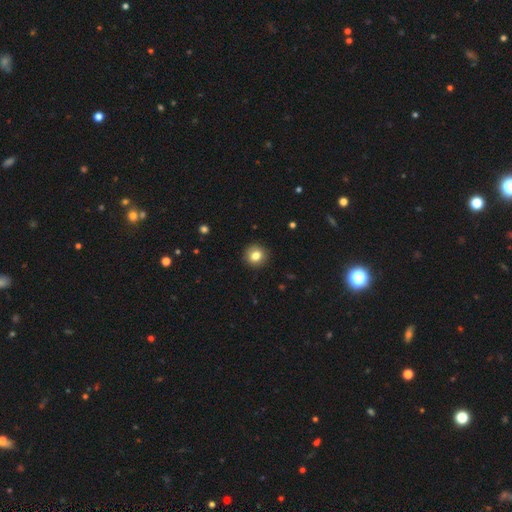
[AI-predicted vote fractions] A smooth galaxy with no disk features (82%) that is round (90%). Merging: none (91%).